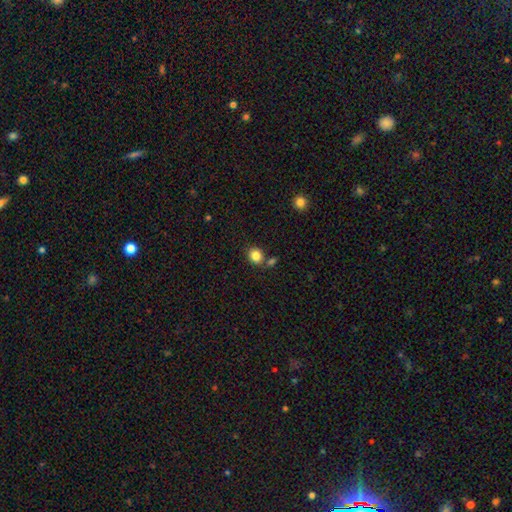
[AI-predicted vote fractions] This appears to be a smooth galaxy with no disk features (84%) that is round (68%). Merging: none (71%).